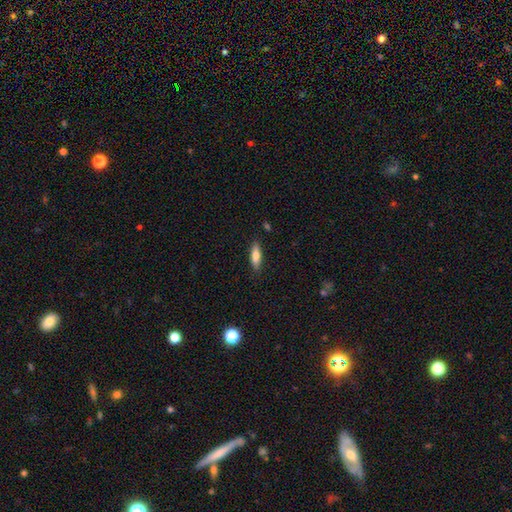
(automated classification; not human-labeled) Q: Smooth or featured?
A: smooth (74%); runner-up: featured or disk (19%)
Q: How rounded?
A: cigar-shaped (54%); runner-up: in between (44%)
Q: Merging?
A: none (86%); runner-up: minor disturbance (10%)